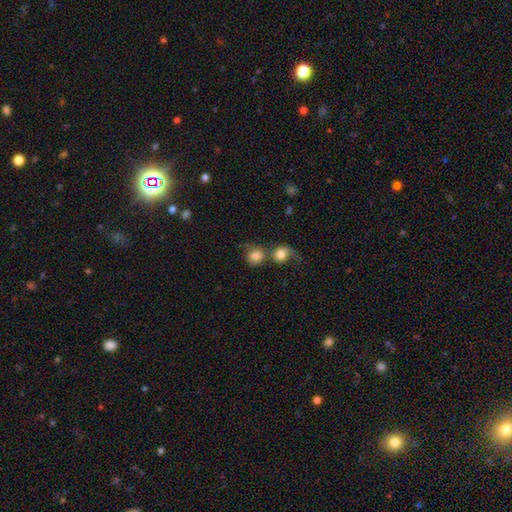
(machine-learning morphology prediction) This appears to be a smooth galaxy with no disk features (79%) that is round (79%). Merging: merger (52%).